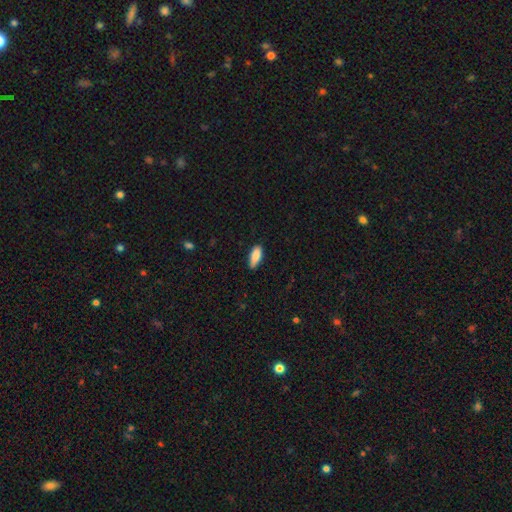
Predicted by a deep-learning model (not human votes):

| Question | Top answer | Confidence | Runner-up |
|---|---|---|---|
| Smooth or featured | smooth | 87% | featured or disk (7%) |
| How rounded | in between | 82% | cigar-shaped (16%) |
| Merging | none | 77% | minor disturbance (19%) |